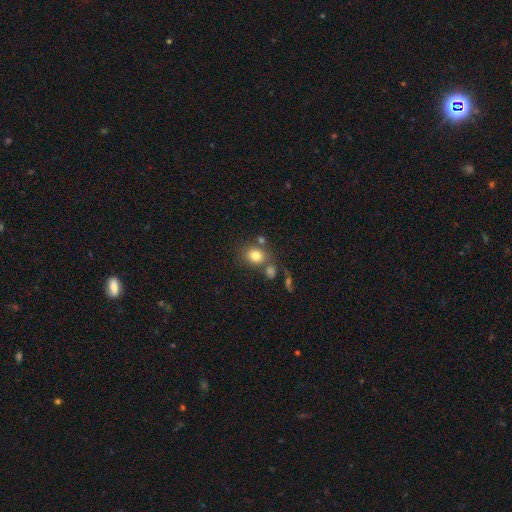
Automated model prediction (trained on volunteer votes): Overall: smooth (80%). How rounded: round (66%; in between 33%). Merging: none (66%).